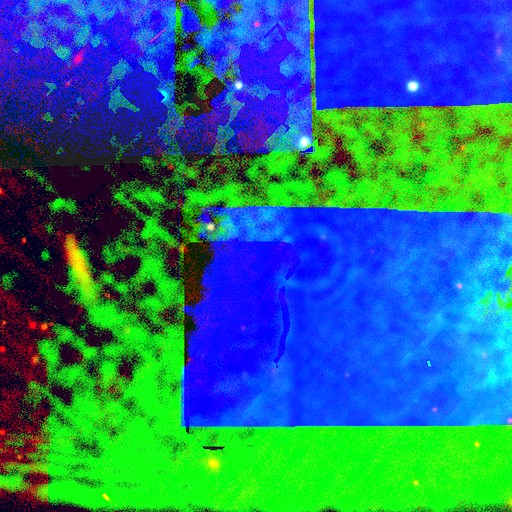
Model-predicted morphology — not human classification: Smooth or featured? star or artifact (82%)